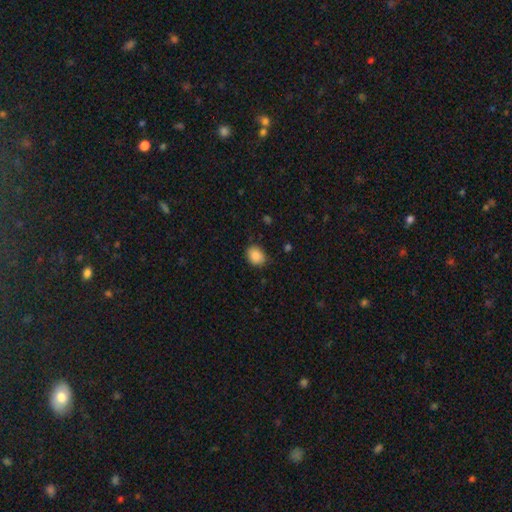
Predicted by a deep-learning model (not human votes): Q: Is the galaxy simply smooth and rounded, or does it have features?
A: smooth — 88%.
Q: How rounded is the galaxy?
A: in between — 56%.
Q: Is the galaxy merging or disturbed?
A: none — 79%.